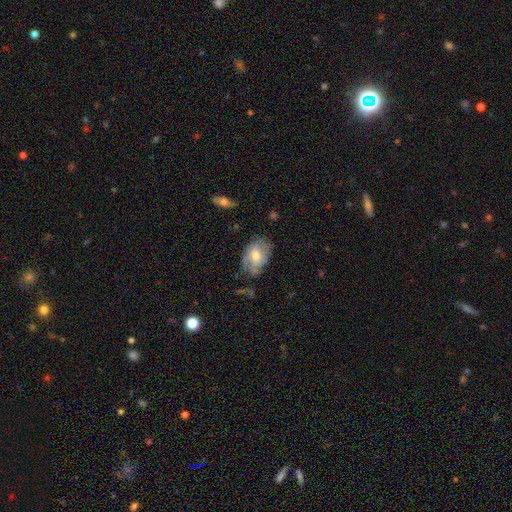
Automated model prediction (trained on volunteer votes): A featured or disk galaxy (52%).

Vote fractions:
- Smooth or featured? featured or disk: 52% / smooth: 41% / star or artifact: 7%
- Edge-on disk? no: 94% / yes: 6%
- Merging? none: 54% / minor disturbance: 30% / major disturbance: 13% / merger: 3%